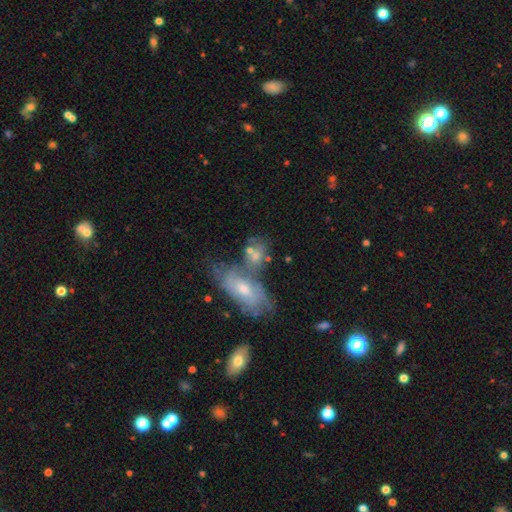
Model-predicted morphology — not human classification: smooth 49%, featured or disk 41%, star or artifact 10%. Down the decision tree: merging — merger (49%).